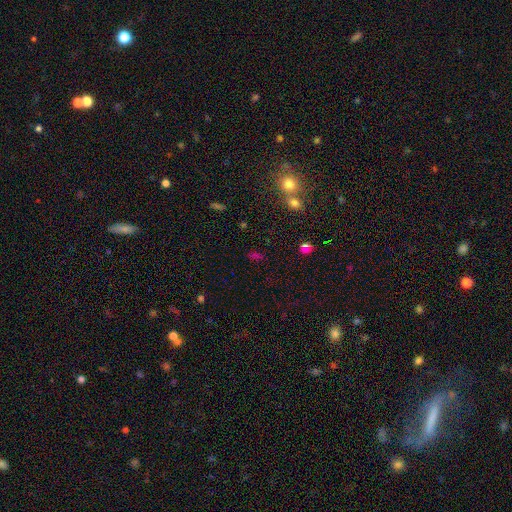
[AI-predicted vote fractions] Smooth or featured?
  - star or artifact: 46% *
  - smooth: 45%
  - featured or disk: 9%